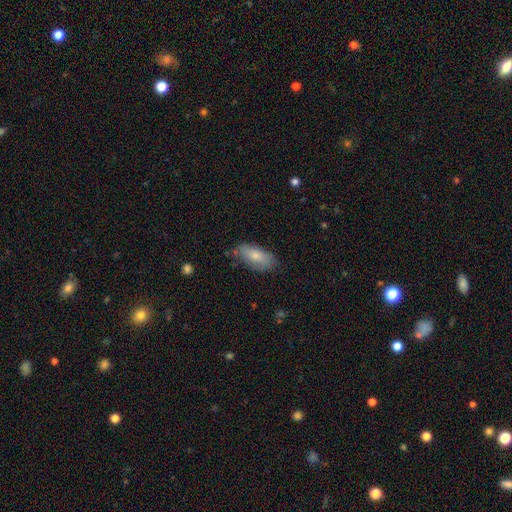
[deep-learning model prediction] Q: Smooth or featured?
A: smooth (78%); runner-up: featured or disk (16%)
Q: How rounded?
A: in between (88%); runner-up: cigar-shaped (9%)
Q: Merging?
A: none (72%); runner-up: minor disturbance (21%)